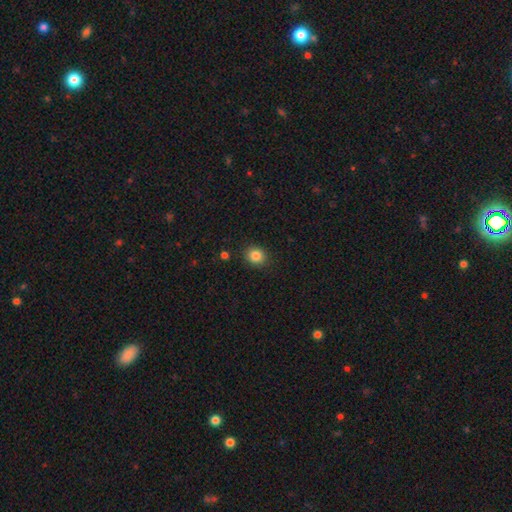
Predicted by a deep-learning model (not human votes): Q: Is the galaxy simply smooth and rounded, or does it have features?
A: smooth — 85%.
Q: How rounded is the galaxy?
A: round — 78%.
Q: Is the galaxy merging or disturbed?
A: none — 89%.